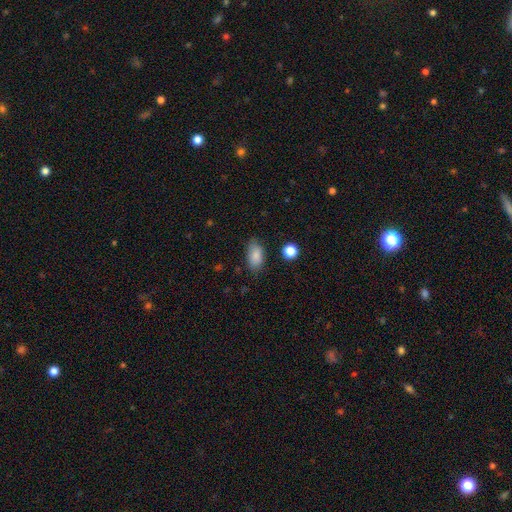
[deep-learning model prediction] smooth_or_featured: smooth (p=0.85) [alt: star or artifact p=0.08]
how_rounded: in between (p=0.91) [alt: round p=0.05]
merging: none (p=0.76) [alt: minor disturbance p=0.18]